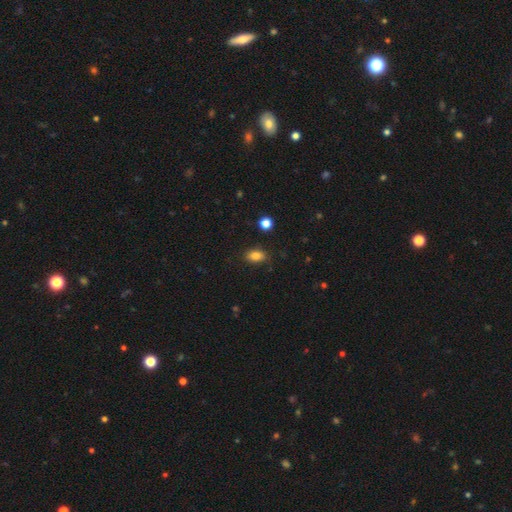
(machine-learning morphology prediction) Smooth or featured?
  - smooth: 84% *
  - star or artifact: 10%
  - featured or disk: 6%
How rounded?
  - in between: 84% *
  - round: 13%
  - cigar-shaped: 2%
Merging?
  - none: 83% *
  - minor disturbance: 12%
  - major disturbance: 3%
  - merger: 2%